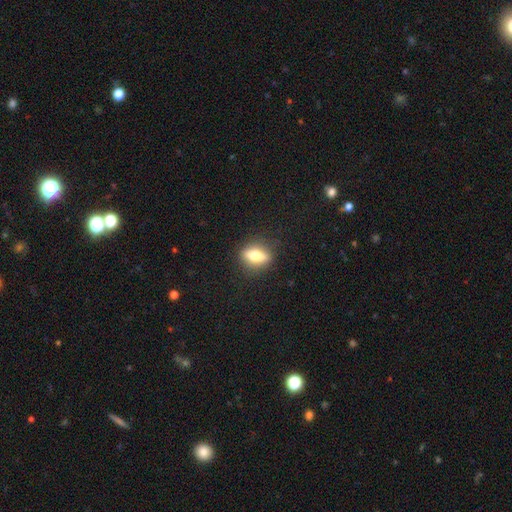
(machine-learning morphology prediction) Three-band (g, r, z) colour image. It shows a smooth galaxy with no disk features (56%) that is in between round and cigar-shaped (59%). Merging: none (85%).